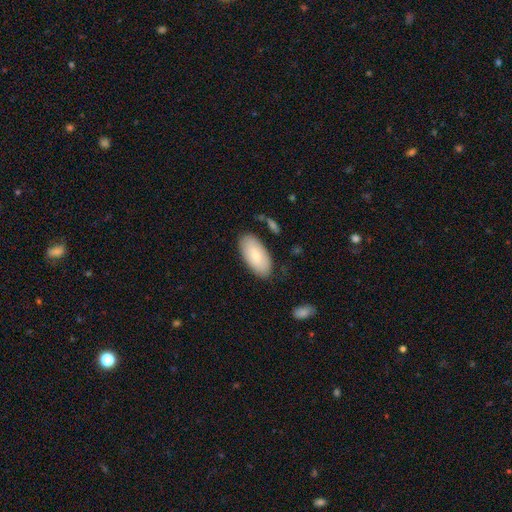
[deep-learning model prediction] A smooth galaxy with no disk features (80%) that is in between round and cigar-shaped (94%). Merging: none (81%).